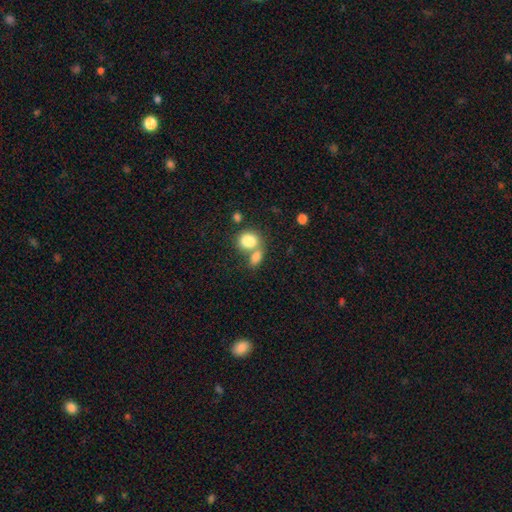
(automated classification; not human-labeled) A smooth galaxy with no disk features (79%) that is in between round and cigar-shaped (56%).

Vote fractions:
- Smooth or featured? smooth: 79% / star or artifact: 11% / featured or disk: 10%
- How rounded? in between: 56% / round: 42% / cigar-shaped: 2%
- Merging? merger: 53% / none: 34% / minor disturbance: 8% / major disturbance: 5%